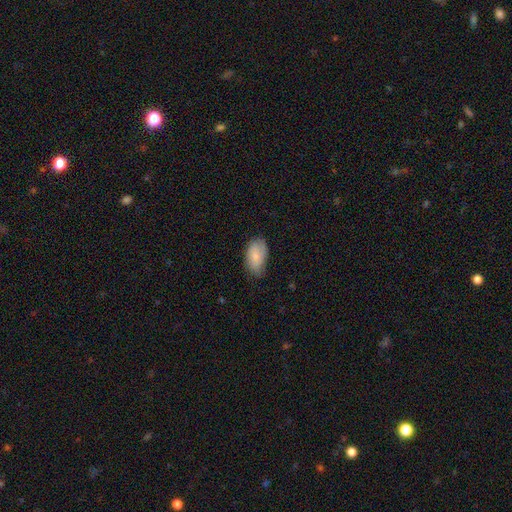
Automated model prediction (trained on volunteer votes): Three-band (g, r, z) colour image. It shows a smooth galaxy with no disk features (76%) that is in between round and cigar-shaped (93%). Merging: none (67%).